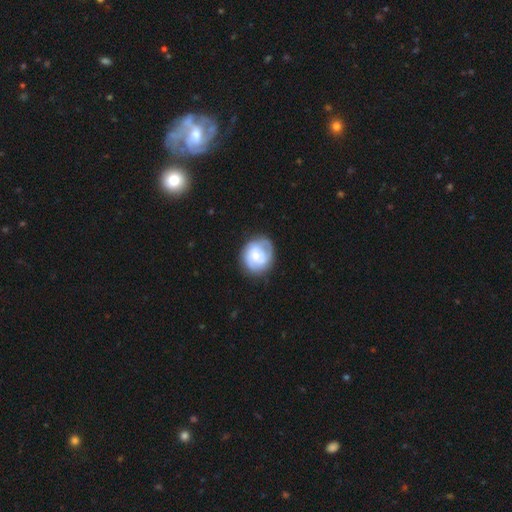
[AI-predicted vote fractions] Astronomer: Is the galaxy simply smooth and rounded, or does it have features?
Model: featured or disk — 58% (runner-up: smooth, 36%).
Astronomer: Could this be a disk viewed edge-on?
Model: no — 98%.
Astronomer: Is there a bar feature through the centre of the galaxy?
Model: no — 72%.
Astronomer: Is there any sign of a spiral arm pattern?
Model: yes — 71%.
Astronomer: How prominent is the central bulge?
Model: small — 55% (runner-up: moderate, 36%).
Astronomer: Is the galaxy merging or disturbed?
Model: none — 65%.